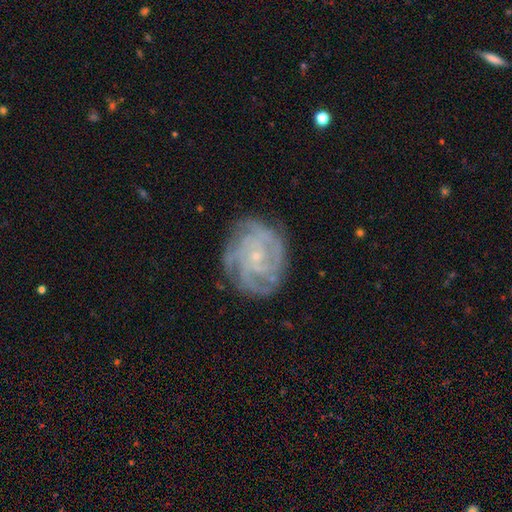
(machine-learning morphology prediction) Q: Smooth or featured?
A: featured or disk (83%); runner-up: smooth (9%)
Q: Edge-on disk?
A: no (97%); runner-up: yes (3%)
Q: Bar?
A: no (74%); runner-up: weak (22%)
Q: Spiral arms?
A: yes (96%); runner-up: no (4%)
Q: Spiral winding?
A: tight (68%); runner-up: medium (27%)
Q: Spiral arm count?
A: 4 (31%); runner-up: can't tell (25%)
Q: Bulge size?
A: small (81%); runner-up: moderate (14%)
Q: Merging?
A: none (78%); runner-up: minor disturbance (15%)